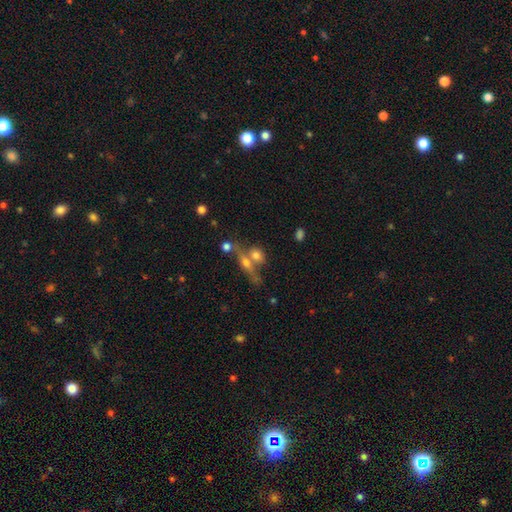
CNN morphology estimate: smooth_or_featured: smooth (p=0.58) [alt: featured or disk p=0.29]
how_rounded: round (p=0.42) [alt: in between p=0.41]
merging: merger (p=0.44) [alt: none p=0.40]